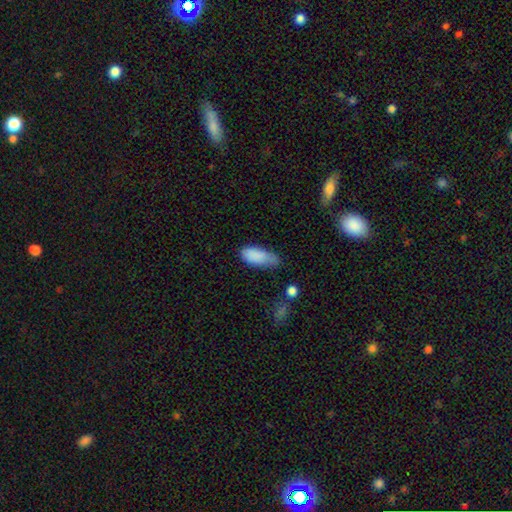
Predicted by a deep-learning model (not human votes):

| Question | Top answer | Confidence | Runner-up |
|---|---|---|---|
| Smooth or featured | smooth | 85% | featured or disk (7%) |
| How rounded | in between | 86% | cigar-shaped (12%) |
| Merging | minor disturbance | 43% | none (38%) |